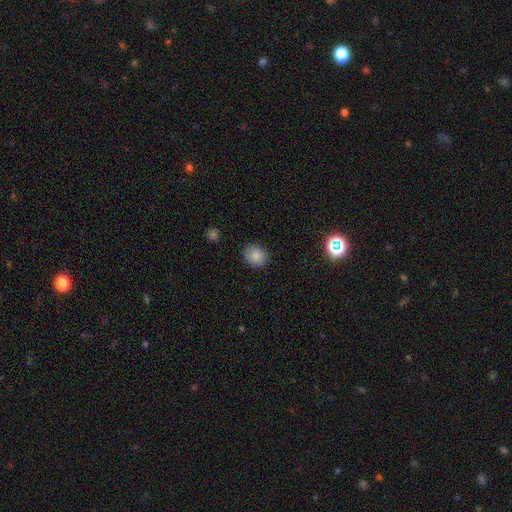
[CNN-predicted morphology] This is clearly a smooth galaxy (85%). How rounded: likely round (61%). Merging: clearly none (87%).